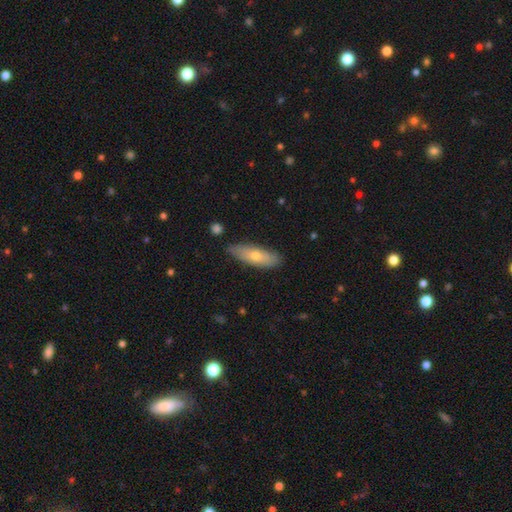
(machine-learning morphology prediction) This is likely a smooth galaxy (63%). How rounded: possibly in between (49%, tied with cigar-shaped). Merging: clearly none (83%).